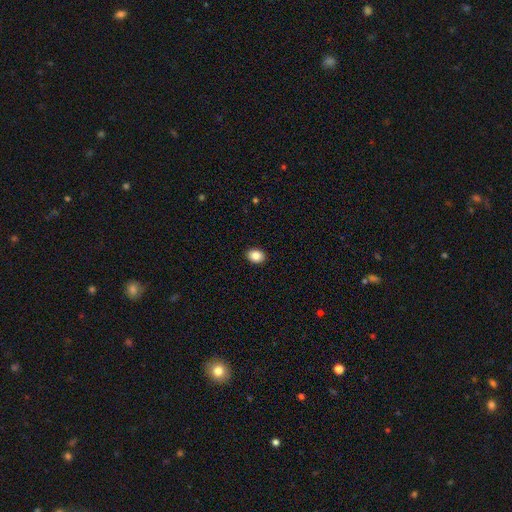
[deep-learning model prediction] A smooth galaxy with no disk features (86%) that is in between round and cigar-shaped (62%).

Vote fractions:
- Smooth or featured? smooth: 86% / star or artifact: 8% / featured or disk: 5%
- How rounded? in between: 62% / round: 37% / cigar-shaped: 1%
- Merging? none: 91% / minor disturbance: 6% / major disturbance: 2% / merger: 1%